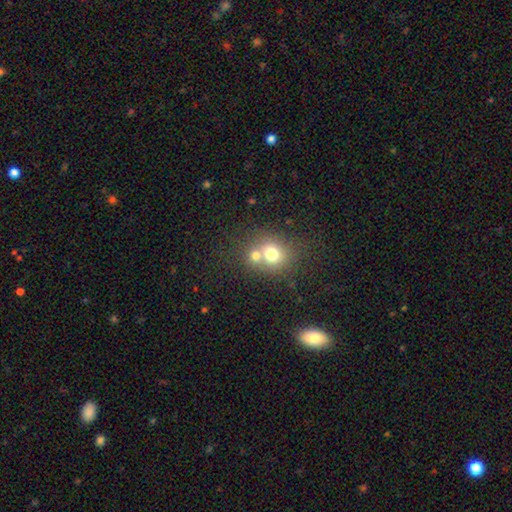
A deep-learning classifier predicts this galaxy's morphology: This is likely a smooth galaxy (71%). How rounded: likely round (73%). Merging: possibly merger (55%).